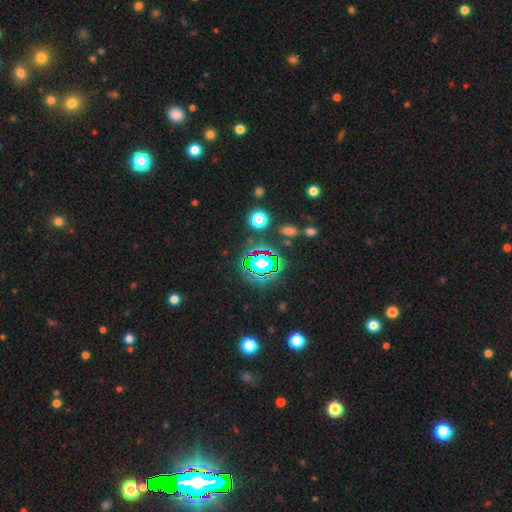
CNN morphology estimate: Smooth or featured?
  - star or artifact: 77% *
  - smooth: 15%
  - featured or disk: 8%